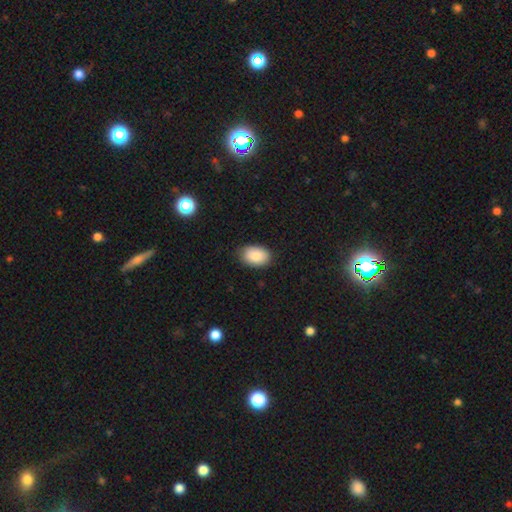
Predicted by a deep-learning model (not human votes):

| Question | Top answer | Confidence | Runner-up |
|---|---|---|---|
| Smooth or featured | smooth | 87% | star or artifact (7%) |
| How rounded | in between | 87% | round (12%) |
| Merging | none | 84% | minor disturbance (13%) |